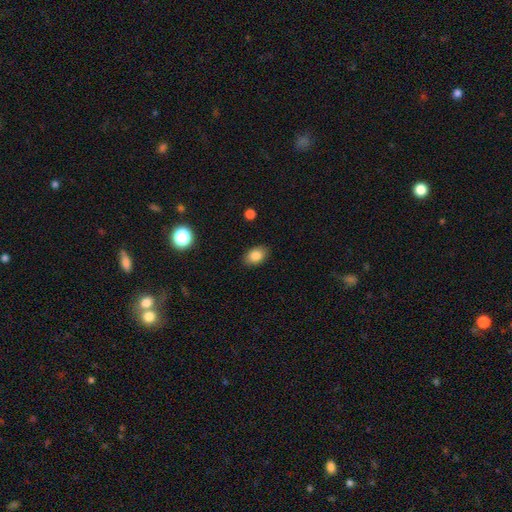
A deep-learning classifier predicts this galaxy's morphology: Smooth or featured: smooth — 83% (star or artifact — 9%)
How rounded: in between — 85% (round — 14%)
Merging: none — 87% (minor disturbance — 9%)